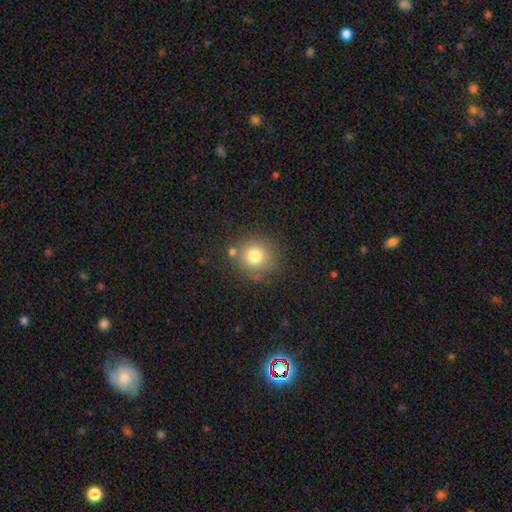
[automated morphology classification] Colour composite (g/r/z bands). It shows a smooth galaxy with no disk features (77%) that is round (91%). Merging: none (77%).